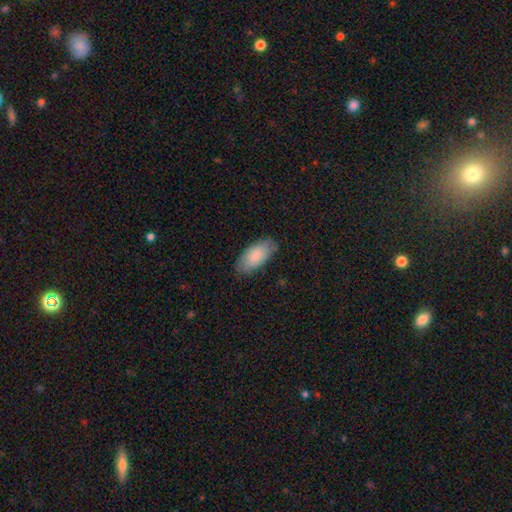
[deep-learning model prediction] Smooth or featured: smooth — 84% (featured or disk — 10%)
How rounded: in between — 93% (cigar-shaped — 5%)
Merging: none — 81% (minor disturbance — 15%)